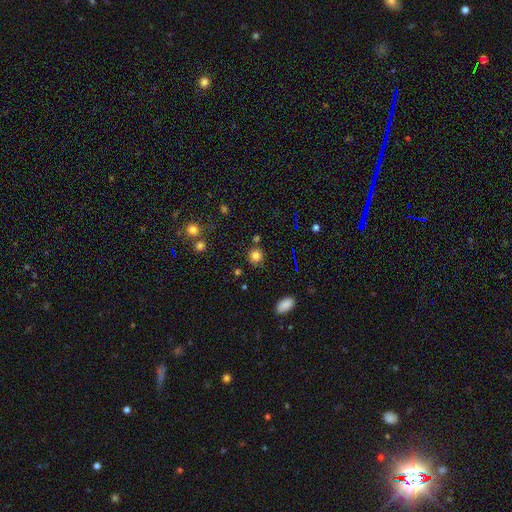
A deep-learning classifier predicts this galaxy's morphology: Smooth or featured? Predicted: smooth (p=0.80). How rounded? Predicted: round (p=0.89). Merging? Predicted: none (p=0.82).